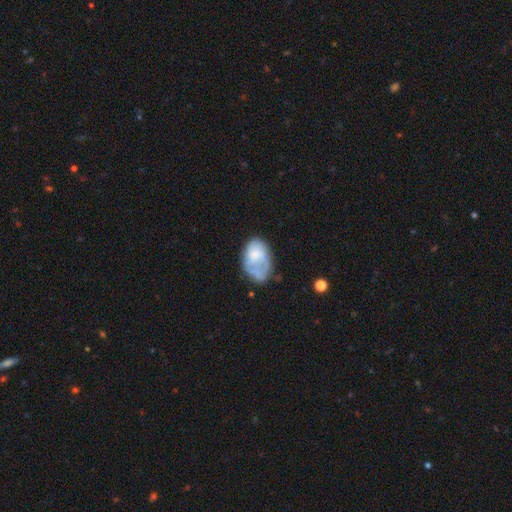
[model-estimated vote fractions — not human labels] Overall: smooth (54%; featured or disk 38%). How rounded: in between (89%). Merging: none (35%; minor disturbance 32%).